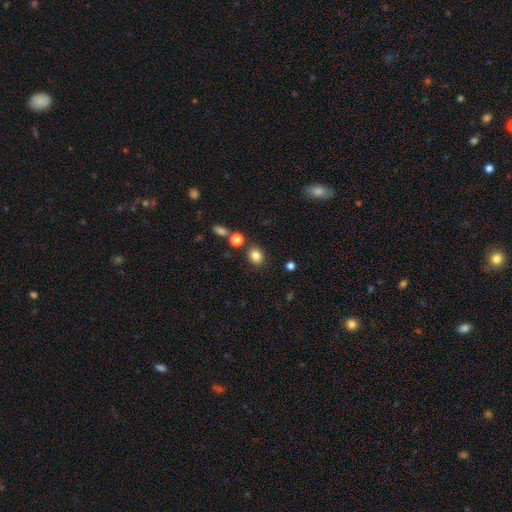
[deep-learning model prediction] Smooth or featured?
  - smooth: 83% *
  - star or artifact: 11%
  - featured or disk: 6%
How rounded?
  - round: 53% *
  - in between: 46%
  - cigar-shaped: 1%
Merging?
  - none: 81% *
  - minor disturbance: 9%
  - merger: 6%
  - major disturbance: 3%